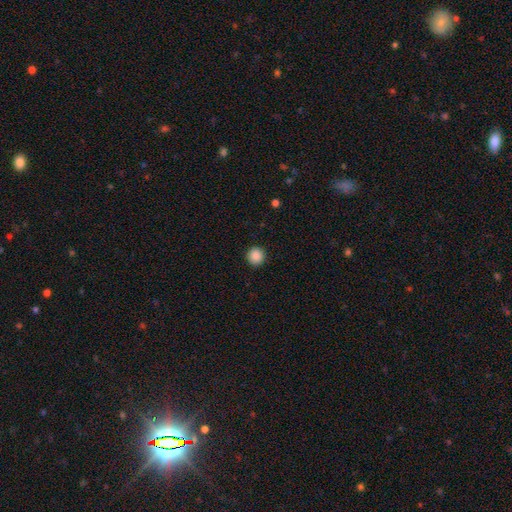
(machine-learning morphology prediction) Q: Smooth or featured?
A: smooth (88%); runner-up: star or artifact (9%)
Q: How rounded?
A: round (95%); runner-up: in between (4%)
Q: Merging?
A: none (93%); runner-up: minor disturbance (5%)